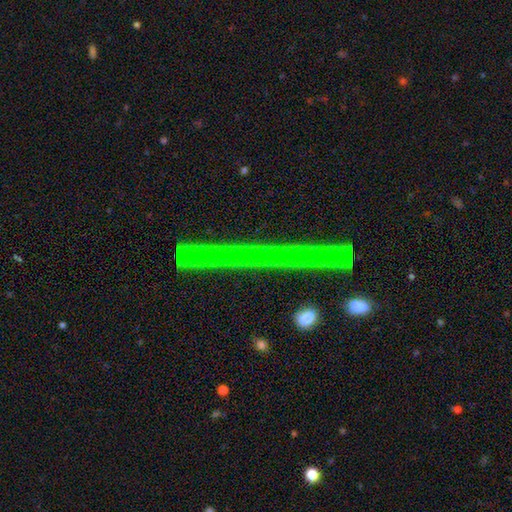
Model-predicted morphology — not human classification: featured or disk 58%, smooth 21%, star or artifact 21%. Down the decision tree: edge-on disk — yes (95%); edge-on bulge — none (93%); merging — none (88%).